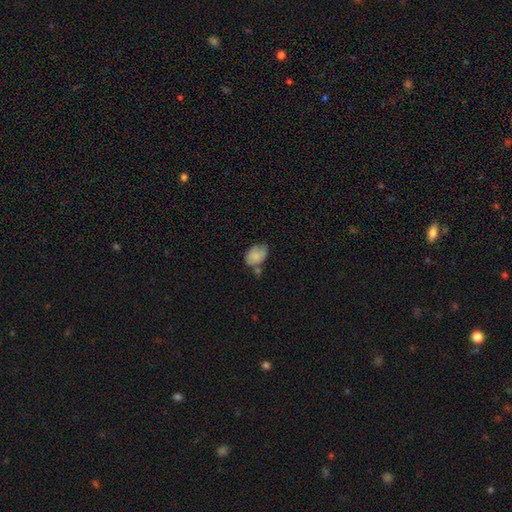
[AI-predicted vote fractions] Smooth or featured? smooth (81%)
How rounded? in between (80%)
Merging? none (42%)